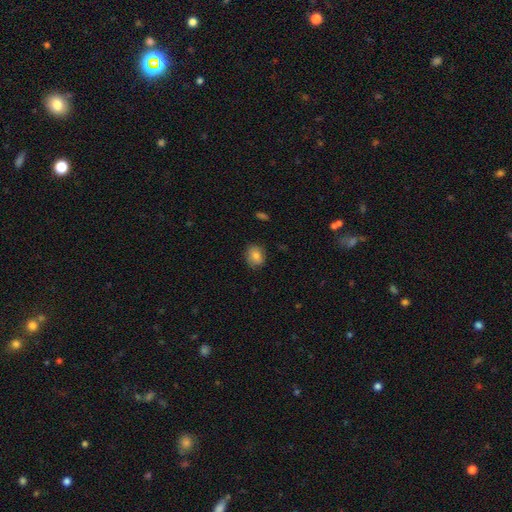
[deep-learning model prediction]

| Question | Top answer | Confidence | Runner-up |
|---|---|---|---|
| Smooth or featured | smooth | 79% | featured or disk (12%) |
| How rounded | round | 59% | in between (40%) |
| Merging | none | 81% | minor disturbance (15%) |